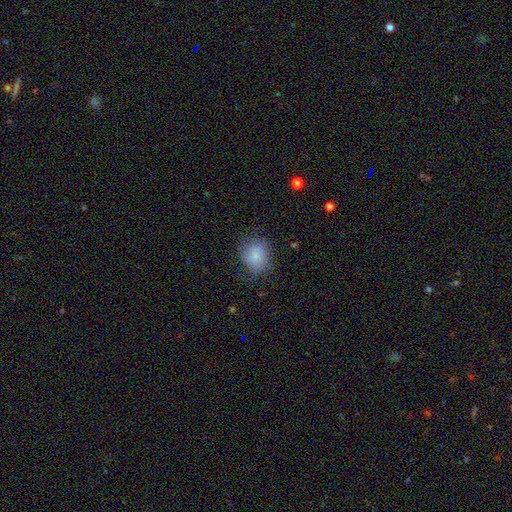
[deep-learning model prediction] Overall: smooth (76%). How rounded: round (64%; in between 35%). Merging: none (61%; minor disturbance 26%).